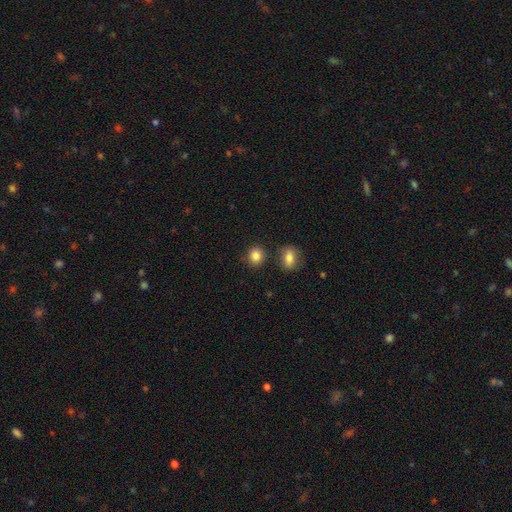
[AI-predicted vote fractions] smooth 86%, star or artifact 10%, featured or disk 5%. Down the decision tree: how rounded — round (75%); merging — none (81%).